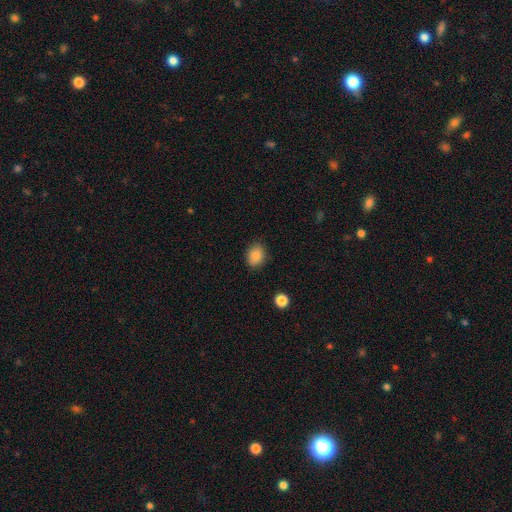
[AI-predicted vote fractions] smooth-or-featured: smooth: 87% | star or artifact: 9% | featured or disk: 4%
  how-rounded: in between: 51% | round: 48% | cigar-shaped: 1%
  merging: none: 84% | minor disturbance: 12% | major disturbance: 3% | merger: 1%